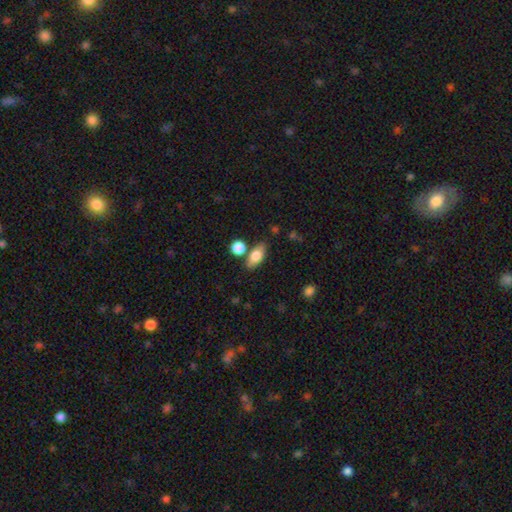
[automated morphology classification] smooth 79%, featured or disk 13%, star or artifact 8%. Down the decision tree: how rounded — in between (83%); merging — none (73%).